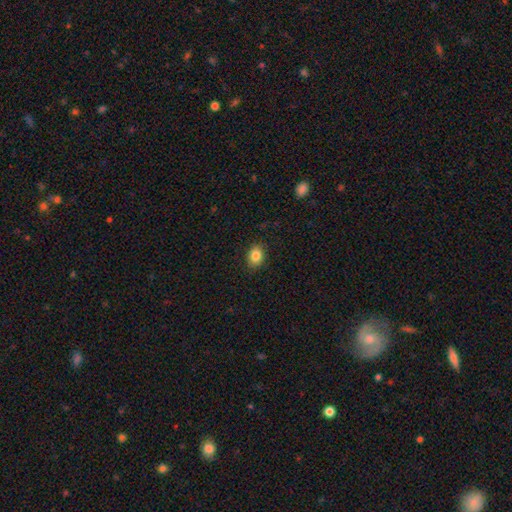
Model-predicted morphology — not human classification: The model was most divided on "how rounded": in between: 67%, round: 32%, cigar-shaped: 1%. More confident: merging — none (89%); smooth or featured — smooth (85%).